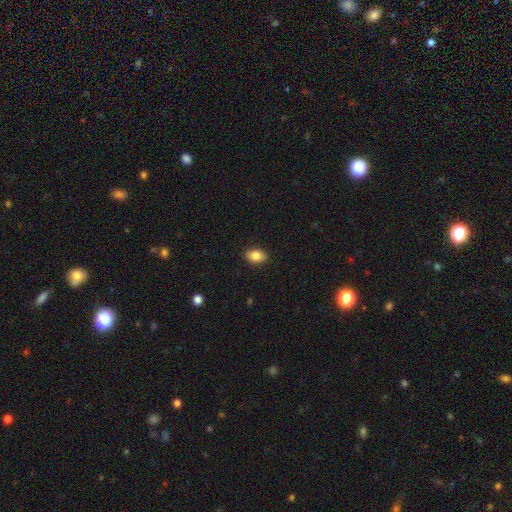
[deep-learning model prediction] A smooth galaxy with no disk features (85%) that is in between round and cigar-shaped (85%). Merging: none (89%).